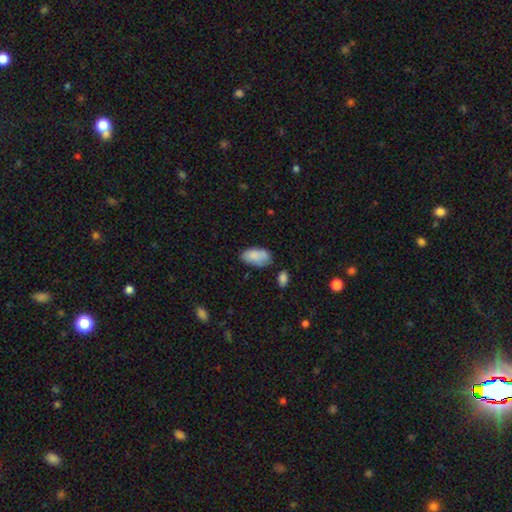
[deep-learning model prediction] Q: Smooth or featured?
A: smooth (85%); runner-up: featured or disk (8%)
Q: How rounded?
A: in between (94%); runner-up: round (3%)
Q: Merging?
A: none (61%); runner-up: minor disturbance (26%)